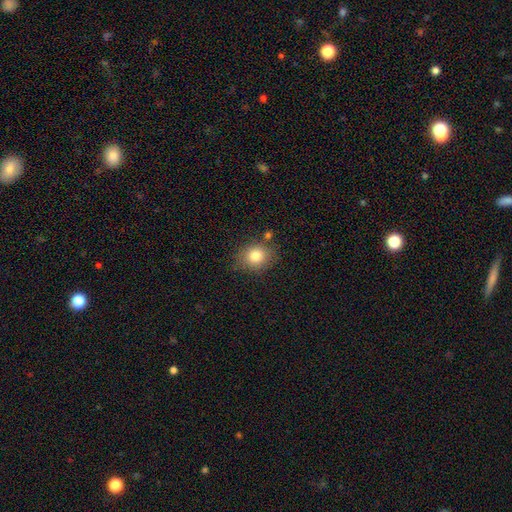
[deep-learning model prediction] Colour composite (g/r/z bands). It shows a smooth galaxy with no disk features (81%) that is round (64%). Merging: none (78%).